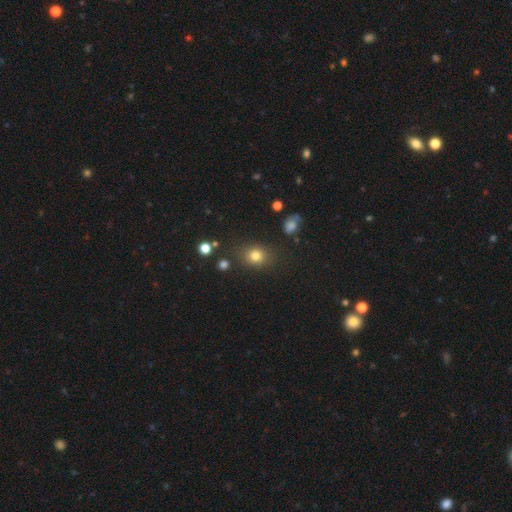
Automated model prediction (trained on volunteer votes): This appears to be a smooth galaxy with no disk features (78%) that is round (65%). Merging: none (79%).